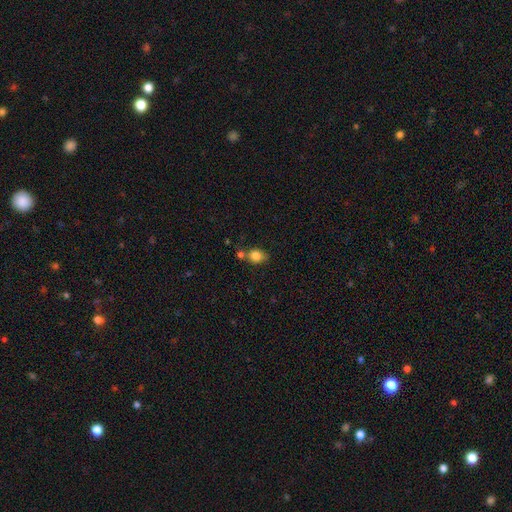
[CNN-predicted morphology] A smooth galaxy with no disk features (82%) that is round (50%). Merging: none (57%).